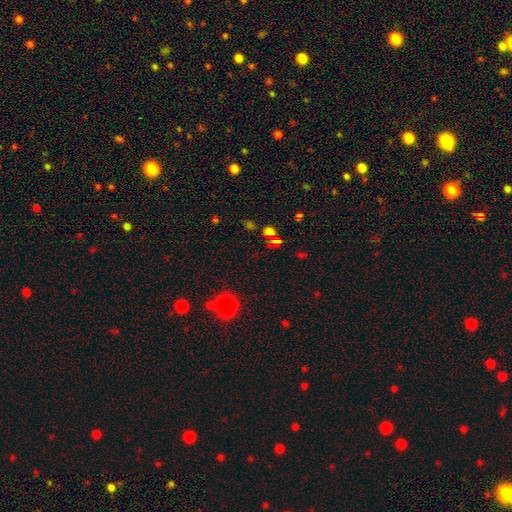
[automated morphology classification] The model was most divided on "smooth or featured": star or artifact: 47%, smooth: 46%, featured or disk: 8%.